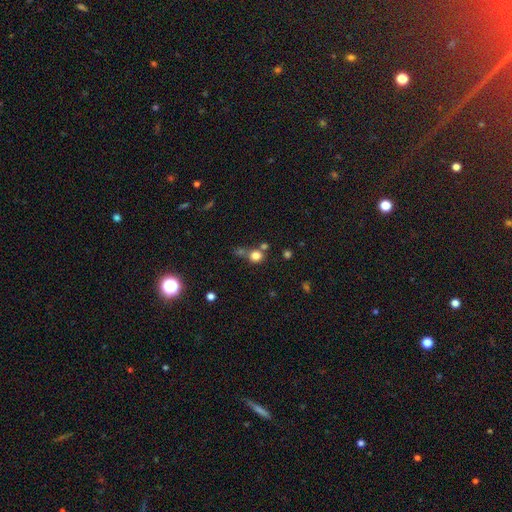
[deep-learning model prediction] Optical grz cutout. It shows a smooth galaxy with no disk features (76%) that is round (88%). Merging: none (57%).